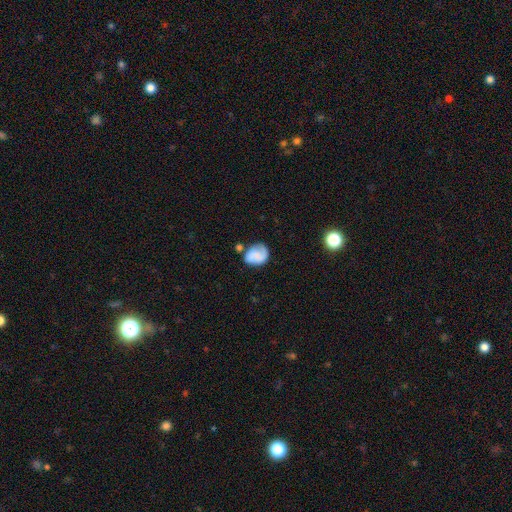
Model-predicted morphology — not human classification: This is possibly a smooth galaxy (54%). How rounded: possibly round (52%). Merging: possibly none (51%).